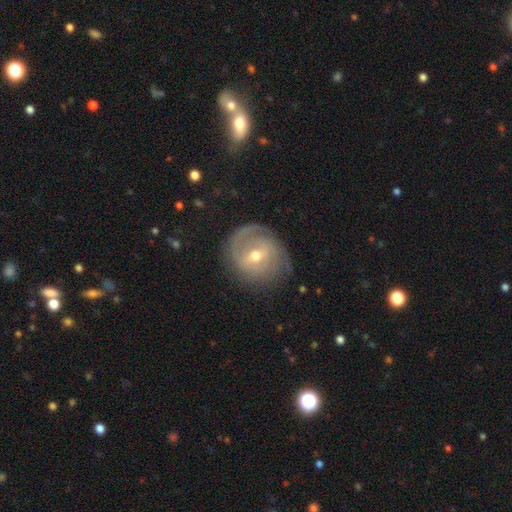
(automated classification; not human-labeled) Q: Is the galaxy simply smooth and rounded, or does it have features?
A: featured or disk — 74%.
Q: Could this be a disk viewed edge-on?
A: no — 96%.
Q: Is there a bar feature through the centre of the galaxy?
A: weak — 51%.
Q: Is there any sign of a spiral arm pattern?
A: yes — 84%.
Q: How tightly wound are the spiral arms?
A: tight — 58%.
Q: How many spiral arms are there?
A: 2 — 40%.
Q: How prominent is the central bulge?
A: moderate — 57%.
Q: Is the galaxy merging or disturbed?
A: none — 70%.